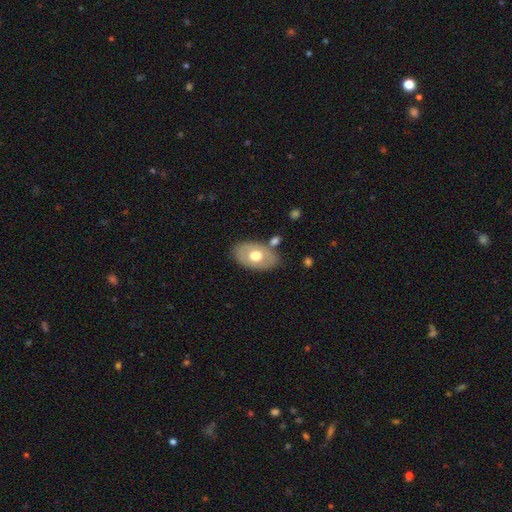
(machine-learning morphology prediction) smooth-or-featured: smooth: 54% | featured or disk: 40% | star or artifact: 6%
  how-rounded: in between: 87% | round: 12% | cigar-shaped: 1%
  merging: none: 73% | minor disturbance: 15% | merger: 8% | major disturbance: 4%